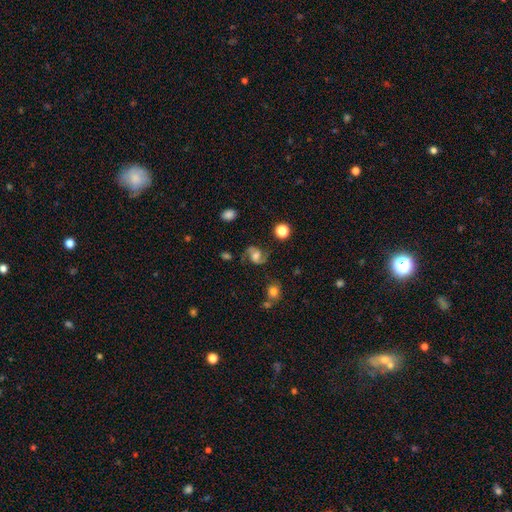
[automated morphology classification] Smooth or featured? featured or disk (81%)
Edge-on disk? no (98%)
Bar? no (52%)
Spiral arms? yes (96%)
Spiral winding? medium (48%)
Spiral arm count? 2 (94%)
Bulge size? moderate (50%)
Merging? none (76%)